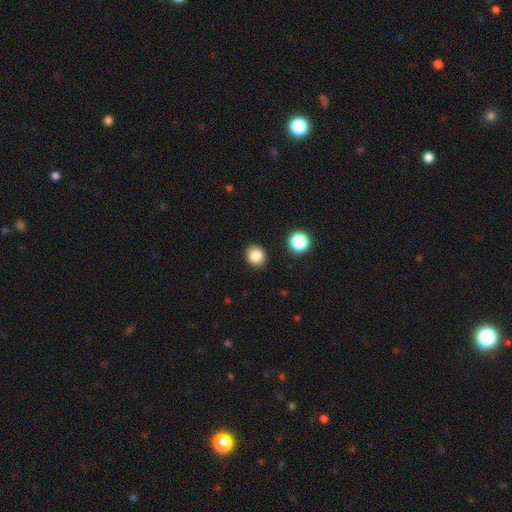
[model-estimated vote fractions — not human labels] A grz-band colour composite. It shows a smooth galaxy with no disk features (84%) that is round (81%). Merging: none (90%).